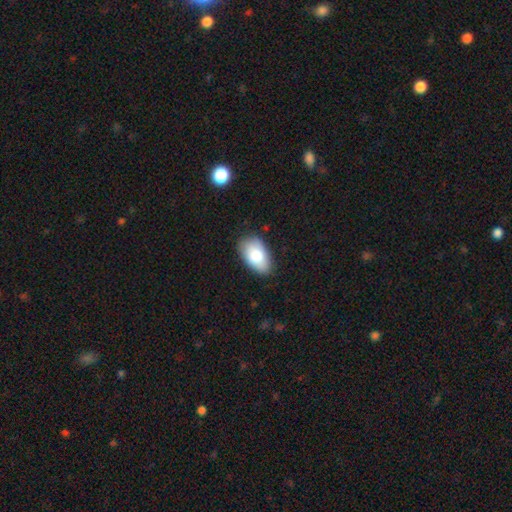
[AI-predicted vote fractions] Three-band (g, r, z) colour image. It shows a smooth galaxy with no disk features (82%) that is in between round and cigar-shaped (94%). Merging: none (80%).